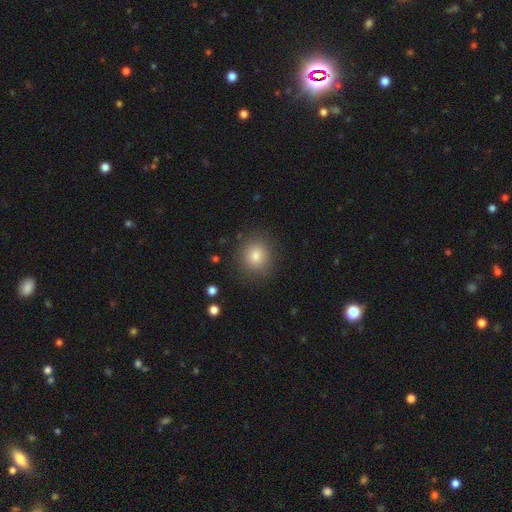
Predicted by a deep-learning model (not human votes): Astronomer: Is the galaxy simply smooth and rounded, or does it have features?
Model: smooth — 81%.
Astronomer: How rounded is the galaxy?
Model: round — 85%.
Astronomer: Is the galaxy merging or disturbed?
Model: none — 88%.